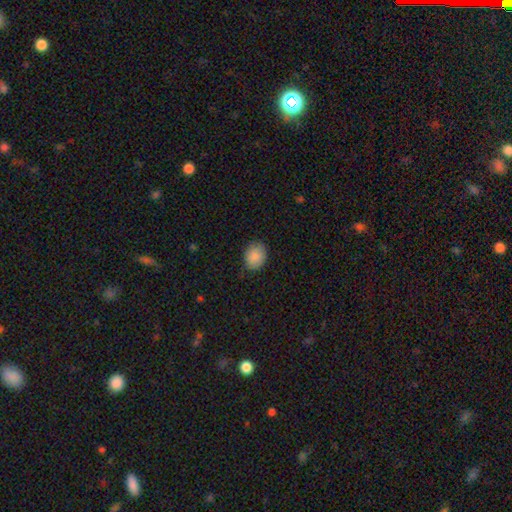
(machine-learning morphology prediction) smooth 88%, star or artifact 7%, featured or disk 5%. Down the decision tree: how rounded — in between (51%); merging — none (81%).